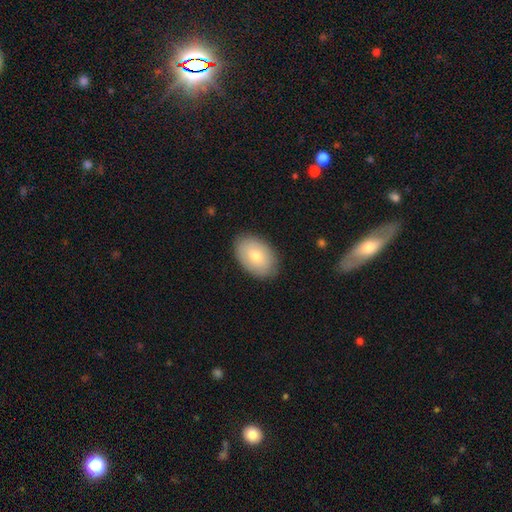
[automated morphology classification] This is likely a smooth galaxy (71%). How rounded: clearly in between (88%). Merging: clearly none (86%).